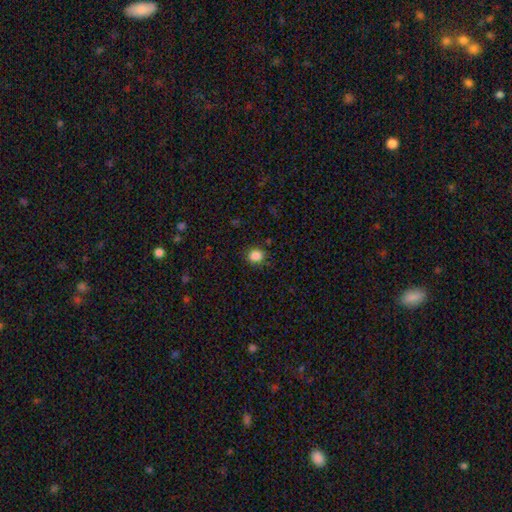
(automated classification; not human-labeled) smooth 85%, star or artifact 11%, featured or disk 4%. Down the decision tree: how rounded — round (77%); merging — none (86%).